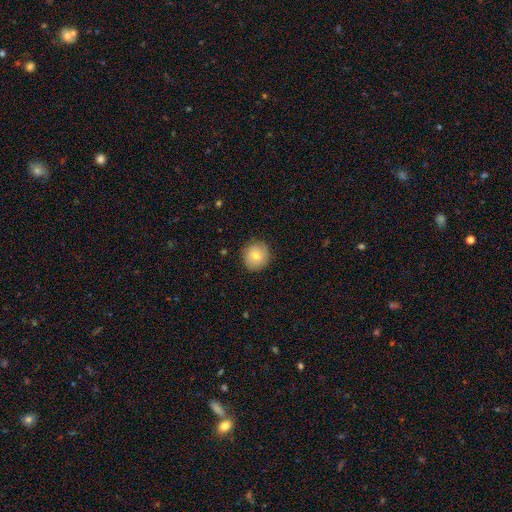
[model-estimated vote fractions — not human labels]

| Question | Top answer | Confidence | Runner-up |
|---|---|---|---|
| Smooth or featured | smooth | 73% | featured or disk (18%) |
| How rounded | round | 92% | in between (7%) |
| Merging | none | 88% | minor disturbance (9%) |